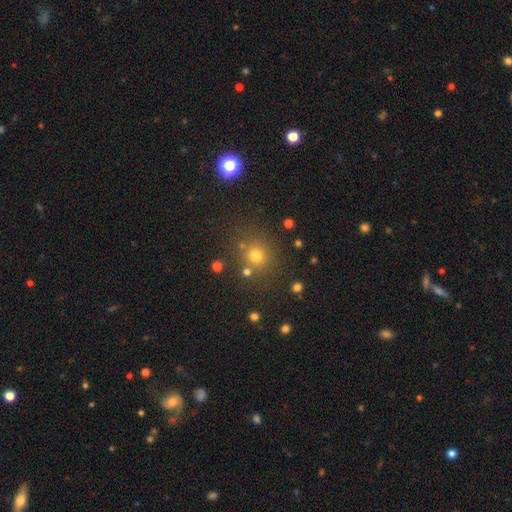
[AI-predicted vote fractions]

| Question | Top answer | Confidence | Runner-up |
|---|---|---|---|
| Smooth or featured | smooth | 70% | star or artifact (22%) |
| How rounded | round | 89% | in between (10%) |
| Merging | none | 79% | minor disturbance (9%) |